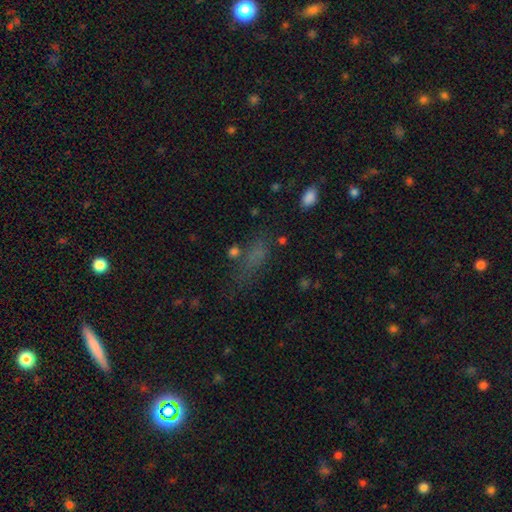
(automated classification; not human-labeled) Overall: smooth (56%; star or artifact 28%). How rounded: in between (62%; cigar-shaped 28%). Merging: none (56%; minor disturbance 20%).